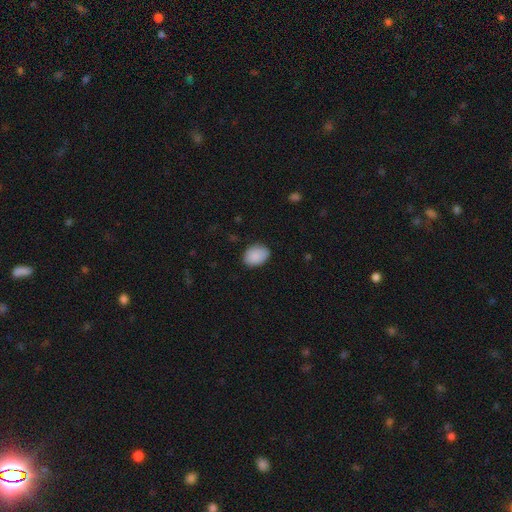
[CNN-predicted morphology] This appears to be a smooth galaxy with no disk features (89%) that is in between round and cigar-shaped (75%). Merging: none (82%).